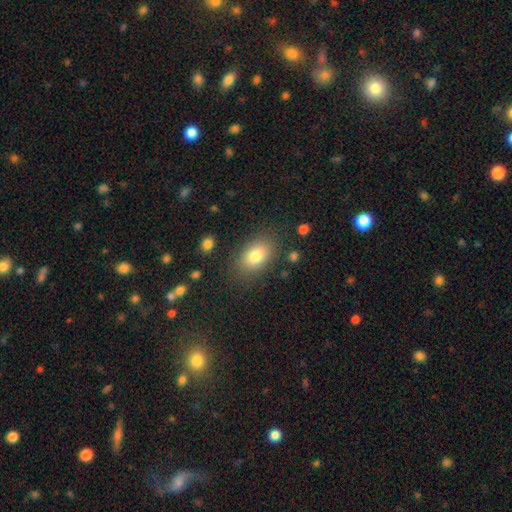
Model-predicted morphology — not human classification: The model was most divided on "merging": none: 80%, minor disturbance: 13%, major disturbance: 5%, merger: 2%. More confident: how rounded — in between (86%); smooth or featured — smooth (80%).